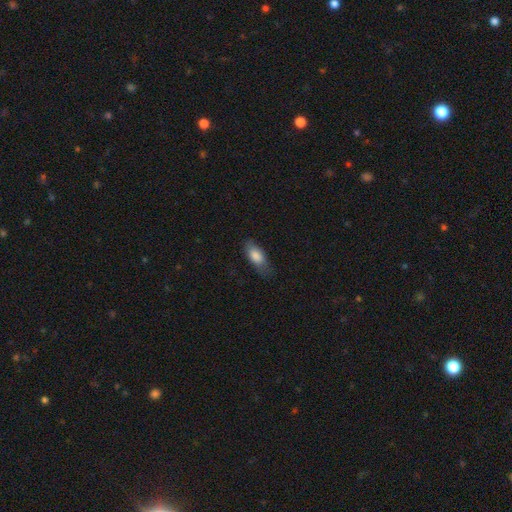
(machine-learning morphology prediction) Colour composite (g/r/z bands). It shows a smooth galaxy with no disk features (82%) that is in between round and cigar-shaped (82%). Merging: none (65%).